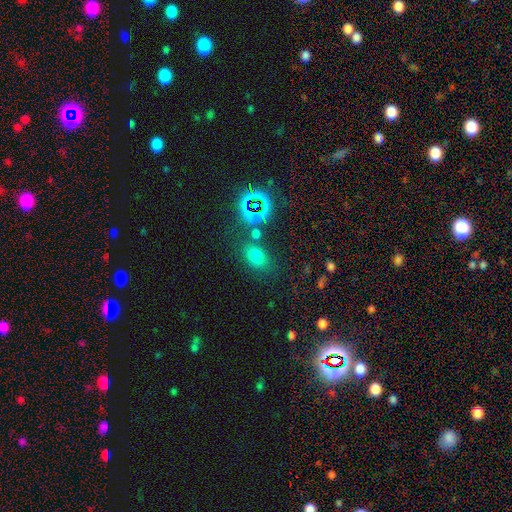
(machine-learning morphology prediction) A smooth galaxy with no disk features (66%) that is in between round and cigar-shaped (75%).

Vote fractions:
- Smooth or featured? smooth: 66% / star or artifact: 25% / featured or disk: 8%
- How rounded? in between: 75% / round: 22% / cigar-shaped: 2%
- Merging? none: 72% / minor disturbance: 13% / merger: 10% / major disturbance: 6%